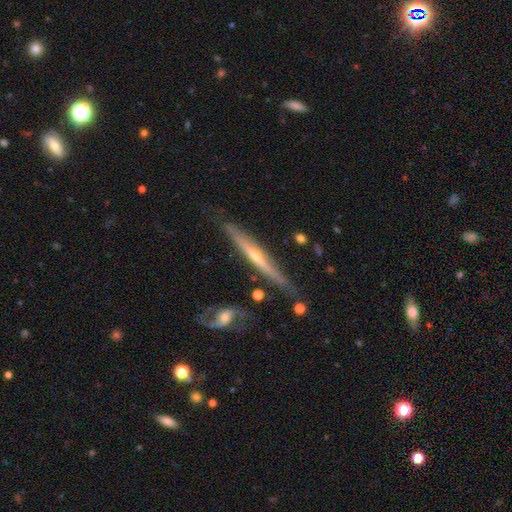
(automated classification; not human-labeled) A featured or disk galaxy (78%) viewed edge-on (94%) with a rounded central bulge (74%). Merging: none (78%).